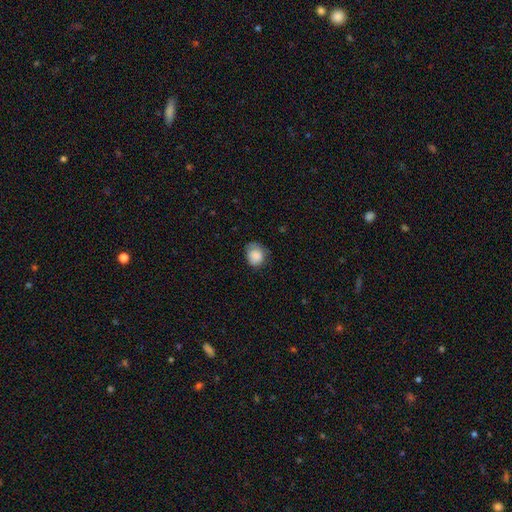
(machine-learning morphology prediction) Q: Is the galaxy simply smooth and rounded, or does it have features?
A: smooth — 86%.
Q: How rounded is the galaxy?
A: round — 65%.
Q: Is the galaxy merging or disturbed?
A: none — 59%.